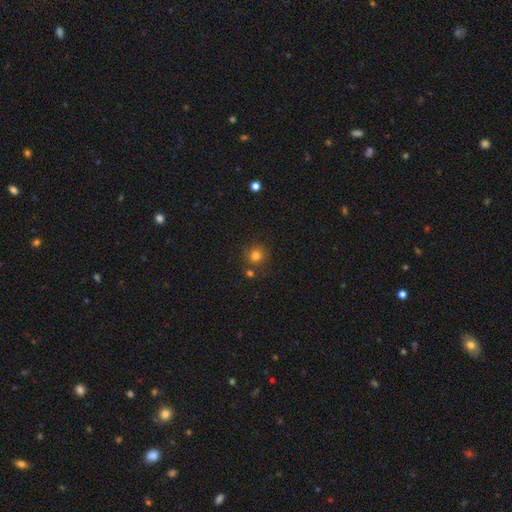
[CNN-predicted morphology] This is likely a smooth galaxy (79%). How rounded: clearly round (93%). Merging: likely none (76%).